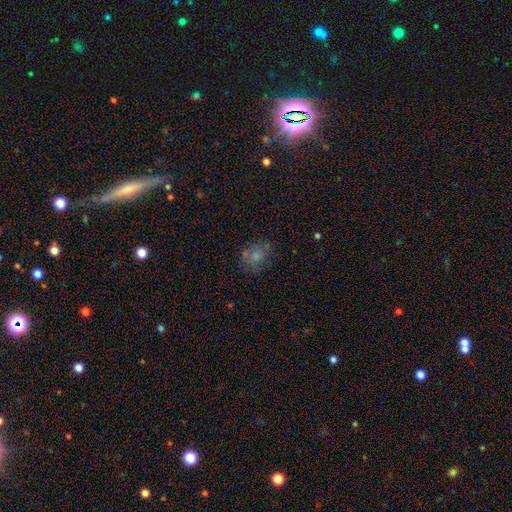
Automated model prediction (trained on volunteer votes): A smooth galaxy with no disk features (68%) that is round (57%).

Vote fractions:
- Smooth or featured? smooth: 68% / featured or disk: 19% / star or artifact: 13%
- How rounded? round: 57% / in between: 42% / cigar-shaped: 1%
- Merging? none: 65% / minor disturbance: 21% / major disturbance: 10% / merger: 5%